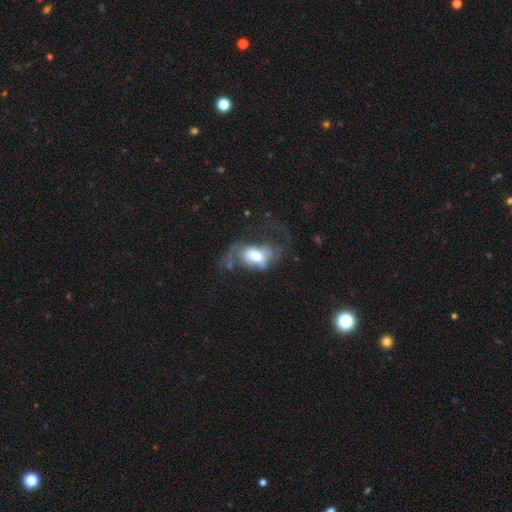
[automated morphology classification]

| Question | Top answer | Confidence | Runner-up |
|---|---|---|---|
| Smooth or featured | featured or disk | 47% | smooth (45%) |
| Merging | major disturbance | 54% | none (23%) |